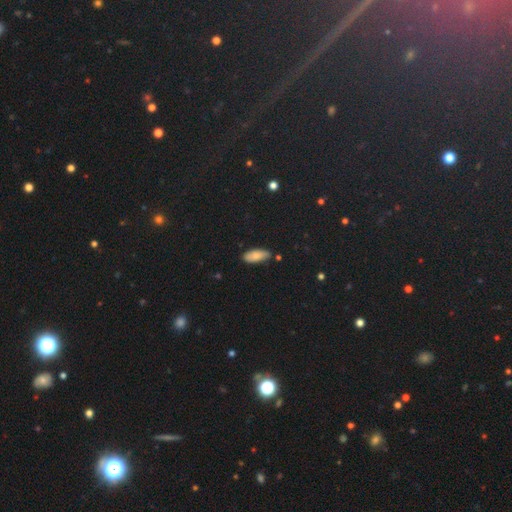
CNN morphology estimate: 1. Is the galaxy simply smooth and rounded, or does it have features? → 79% smooth, 13% featured or disk, 8% star or artifact.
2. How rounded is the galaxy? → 82% in between, 15% cigar-shaped, 2% round.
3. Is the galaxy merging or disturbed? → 76% none, 18% minor disturbance, 3% major disturbance, 3% merger.